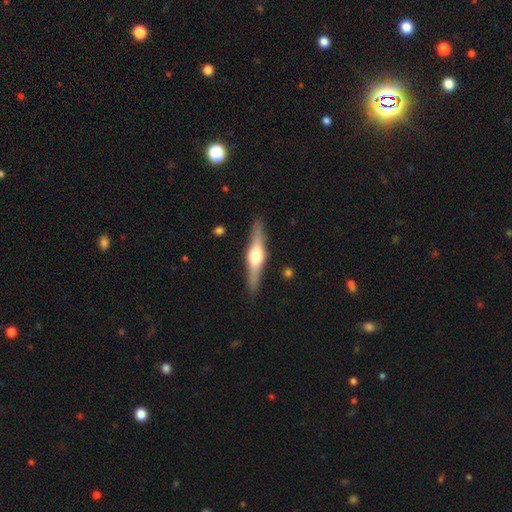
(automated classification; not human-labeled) Overall: featured or disk (74%). Edge-on disk: yes (97%). Edge-on bulge: rounded (92%). Merging: none (89%).